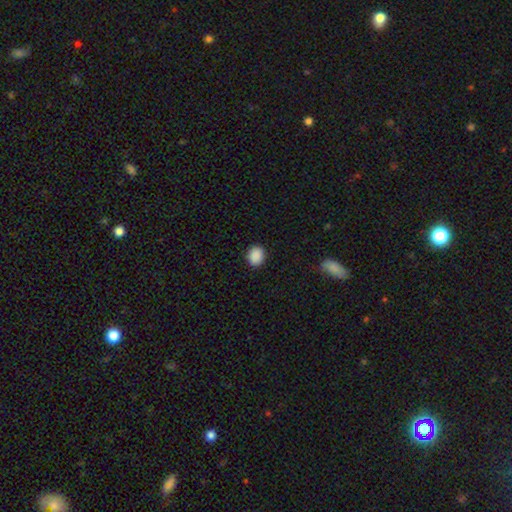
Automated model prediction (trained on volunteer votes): This appears to be a smooth galaxy with no disk features (89%) that is round (60%). Merging: none (90%).